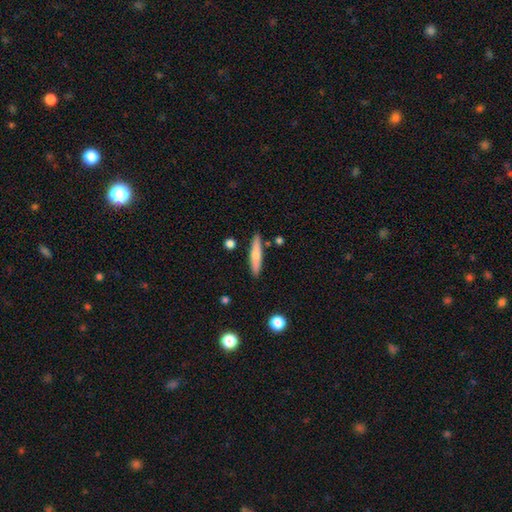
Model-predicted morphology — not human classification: Smooth or featured: smooth — 63% (featured or disk — 32%)
How rounded: cigar-shaped — 87% (in between — 11%)
Merging: none — 87% (minor disturbance — 9%)